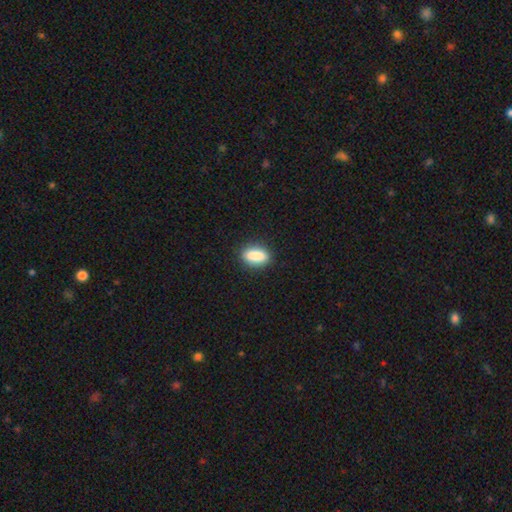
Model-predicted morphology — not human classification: A smooth galaxy with no disk features (86%) that is in between round and cigar-shaped (80%). Merging: none (88%).